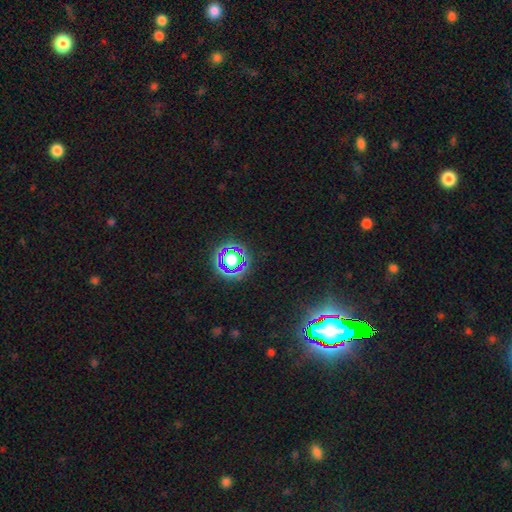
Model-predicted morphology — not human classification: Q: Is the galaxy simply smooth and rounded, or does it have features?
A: star or artifact — 77%.